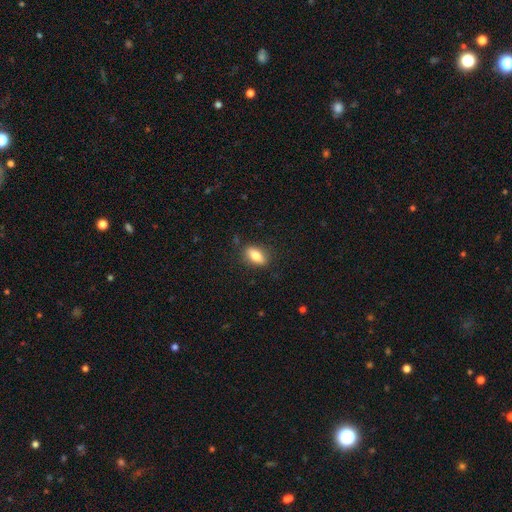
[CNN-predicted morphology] smooth 79%, featured or disk 14%, star or artifact 7%. Down the decision tree: how rounded — in between (84%); merging — none (84%).